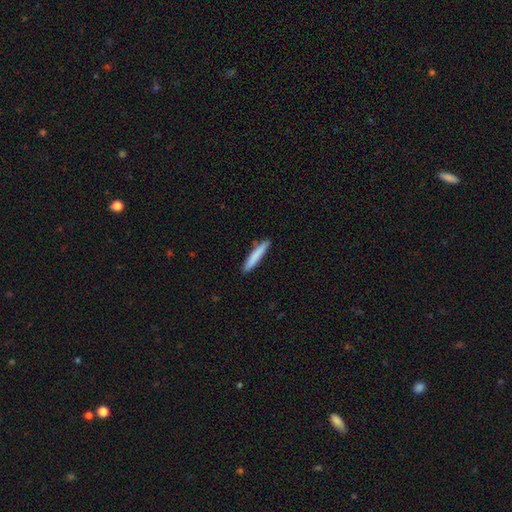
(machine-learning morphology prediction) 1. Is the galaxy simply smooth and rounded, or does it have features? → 81% smooth, 13% featured or disk, 6% star or artifact.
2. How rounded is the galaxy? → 94% cigar-shaped, 5% in between, 1% round.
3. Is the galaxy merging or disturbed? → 89% none, 8% minor disturbance, 2% merger, 1% major disturbance.